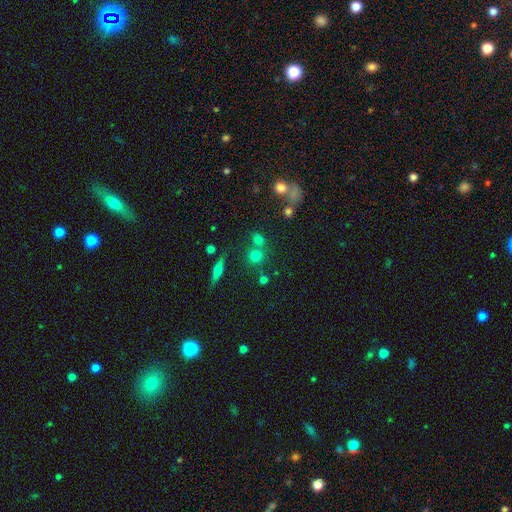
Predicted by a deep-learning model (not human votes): This is likely a smooth galaxy (69%). How rounded: clearly round (84%). Merging: likely none (62%).